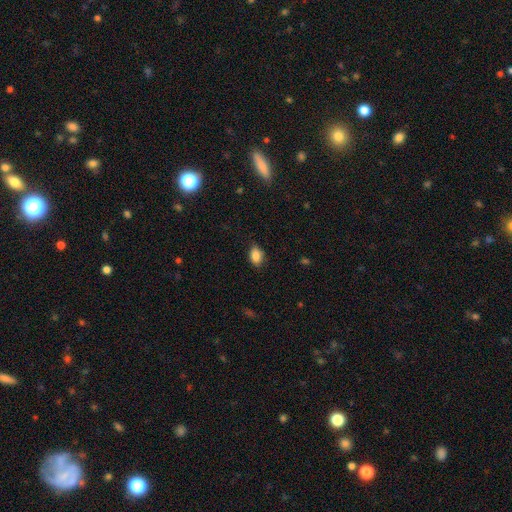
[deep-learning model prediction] Morphology: type=smooth (87%); roundness=in between (85%); merging=none (78%).